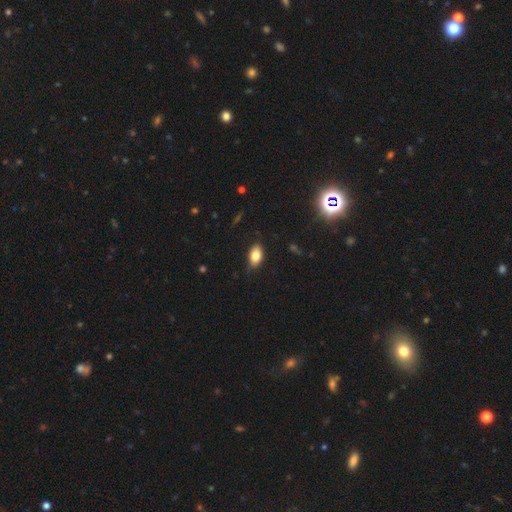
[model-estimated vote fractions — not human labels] Q: Smooth or featured?
A: smooth (81%); runner-up: featured or disk (11%)
Q: How rounded?
A: in between (90%); runner-up: round (7%)
Q: Merging?
A: none (78%); runner-up: minor disturbance (18%)